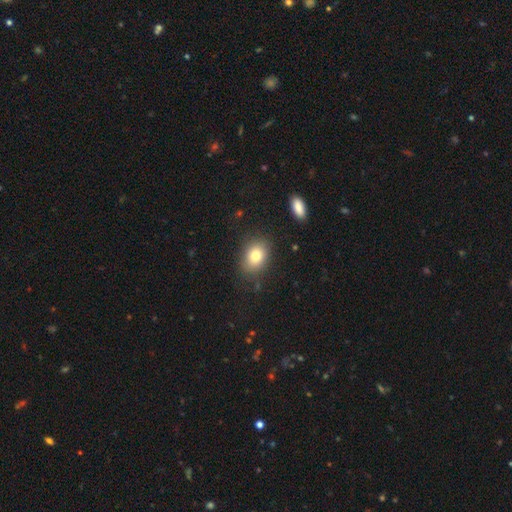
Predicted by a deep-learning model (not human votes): Smooth or featured? smooth (79%)
How rounded? in between (65%)
Merging? none (81%)